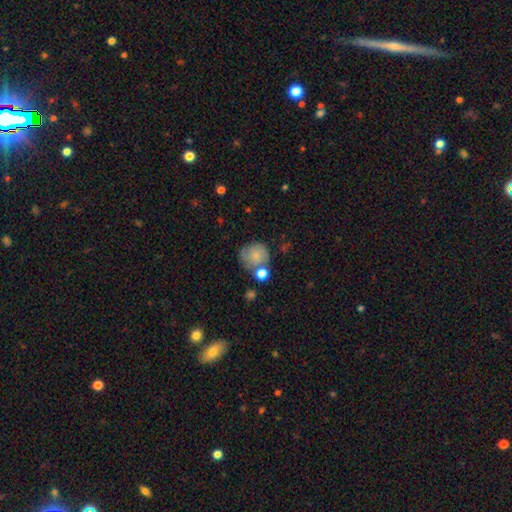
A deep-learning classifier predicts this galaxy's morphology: Smooth or featured?
  - smooth: 72% *
  - featured or disk: 19%
  - star or artifact: 9%
How rounded?
  - round: 85% *
  - in between: 14%
  - cigar-shaped: 1%
Merging?
  - none: 54% *
  - minor disturbance: 19%
  - merger: 18%
  - major disturbance: 8%